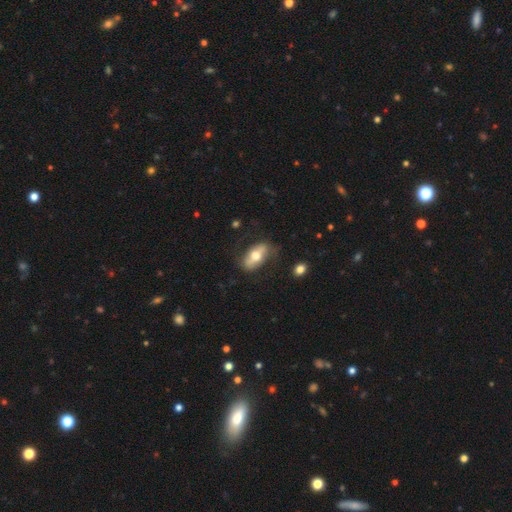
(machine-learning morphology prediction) A smooth galaxy with no disk features (49%). Merging: none (70%).